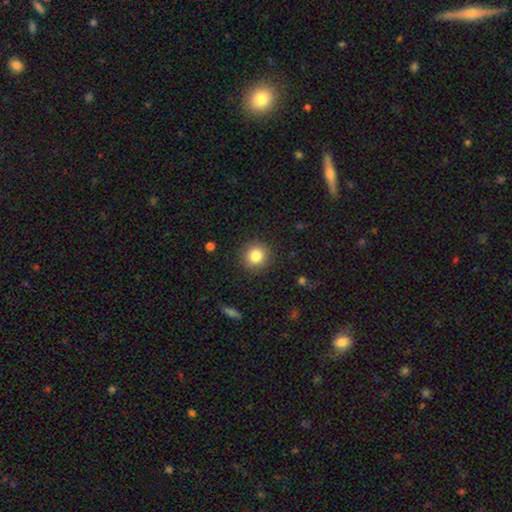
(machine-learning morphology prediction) type=smooth (84%); roundness=round (92%); merging=none (90%).